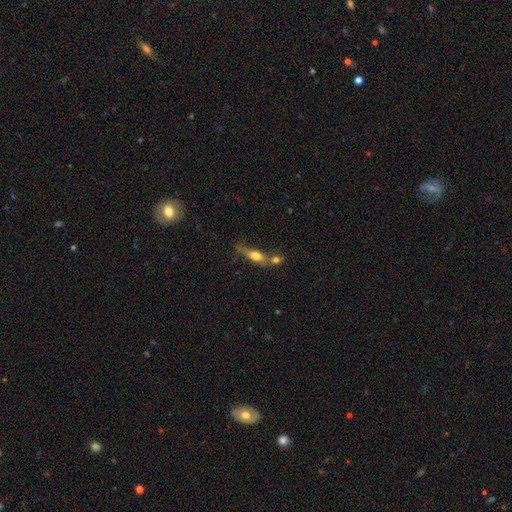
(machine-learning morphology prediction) Smooth or featured? smooth (52%)
How rounded? cigar-shaped (56%)
Merging? none (39%)